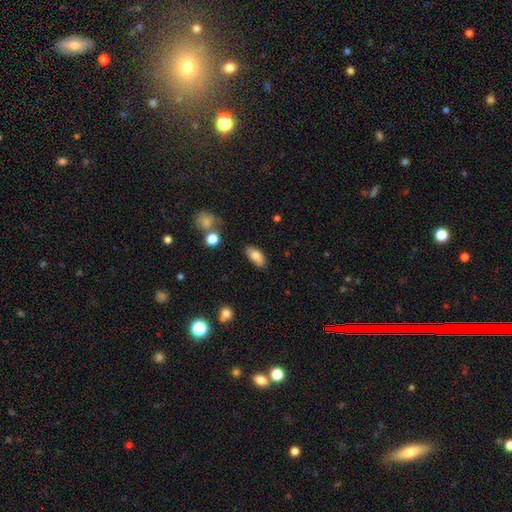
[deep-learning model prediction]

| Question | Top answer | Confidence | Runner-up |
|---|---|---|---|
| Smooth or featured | smooth | 80% | featured or disk (13%) |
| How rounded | in between | 88% | cigar-shaped (9%) |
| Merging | none | 80% | minor disturbance (14%) |